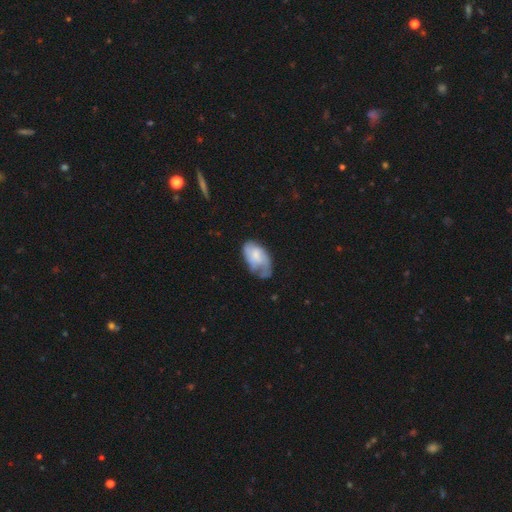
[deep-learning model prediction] Overall: smooth (49%; featured or disk 43%). Merging: minor disturbance (37%; none 34%).